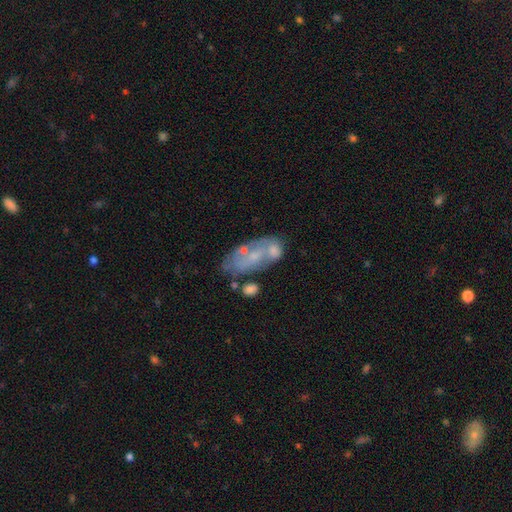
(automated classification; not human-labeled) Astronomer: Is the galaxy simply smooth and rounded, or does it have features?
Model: featured or disk — 55% (runner-up: smooth, 37%).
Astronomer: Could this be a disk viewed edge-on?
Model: no — 93%.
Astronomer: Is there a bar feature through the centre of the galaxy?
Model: no — 80%.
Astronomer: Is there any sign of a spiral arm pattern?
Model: no — 70%.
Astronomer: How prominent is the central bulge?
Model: small — 54%.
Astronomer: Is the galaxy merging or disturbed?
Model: none — 40% (runner-up: merger, 24%).